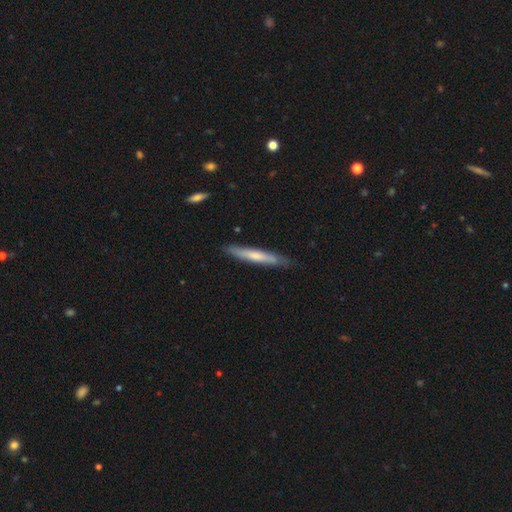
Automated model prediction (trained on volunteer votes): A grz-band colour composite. It shows a smooth galaxy with no disk features (58%) that is cigar-shaped (94%). Merging: none (83%).